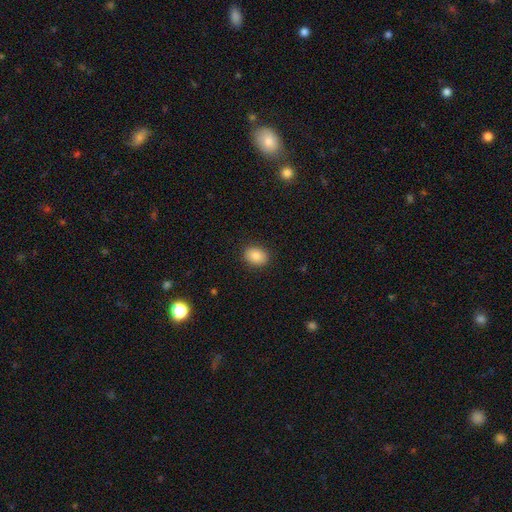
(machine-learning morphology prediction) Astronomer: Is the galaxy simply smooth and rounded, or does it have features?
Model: smooth — 86%.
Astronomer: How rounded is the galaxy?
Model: in between — 60% (runner-up: round, 39%).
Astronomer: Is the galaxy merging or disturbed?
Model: none — 89%.